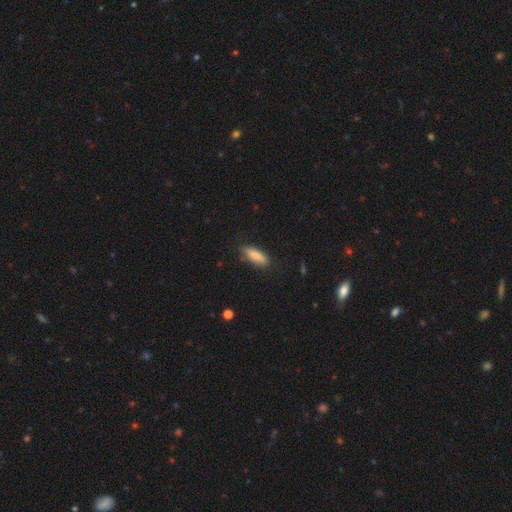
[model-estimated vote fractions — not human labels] Smooth or featured? Predicted: smooth (p=0.77). How rounded? Predicted: cigar-shaped (p=0.50). Merging? Predicted: none (p=0.82).